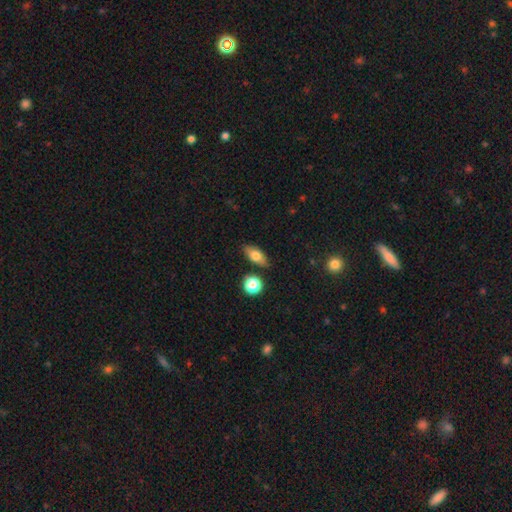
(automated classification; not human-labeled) The model was most divided on "smooth or featured": smooth: 73%, featured or disk: 18%, star or artifact: 9%. More confident: merging — none (82%); how rounded — in between (78%).